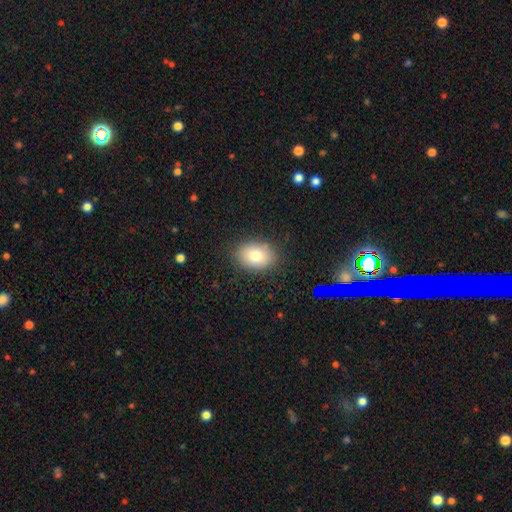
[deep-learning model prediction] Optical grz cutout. It shows a smooth galaxy with no disk features (79%) that is in between round and cigar-shaped (72%). Merging: none (84%).